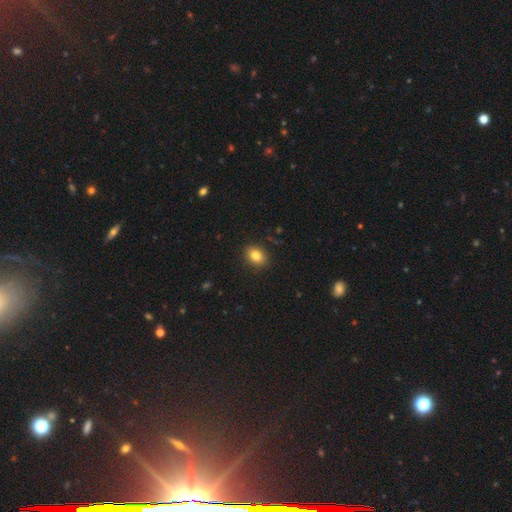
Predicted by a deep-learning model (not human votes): A smooth galaxy with no disk features (83%) that is in between round and cigar-shaped (63%).

Vote fractions:
- Smooth or featured? smooth: 83% / star or artifact: 10% / featured or disk: 7%
- How rounded? in between: 63% / round: 36% / cigar-shaped: 1%
- Merging? none: 89% / minor disturbance: 8% / major disturbance: 2% / merger: 1%